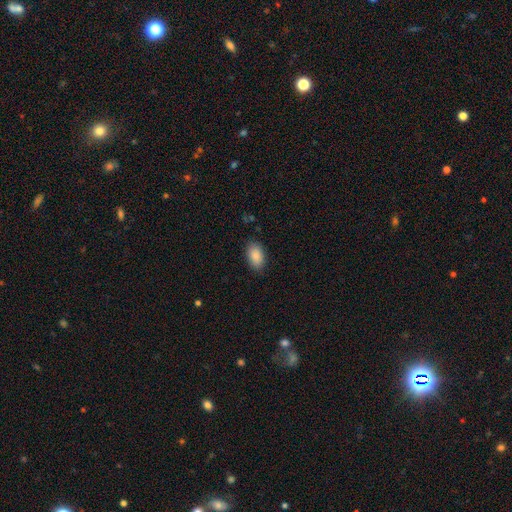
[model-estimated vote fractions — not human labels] Morphology: type=smooth (88%); roundness=in between (92%); merging=none (86%).